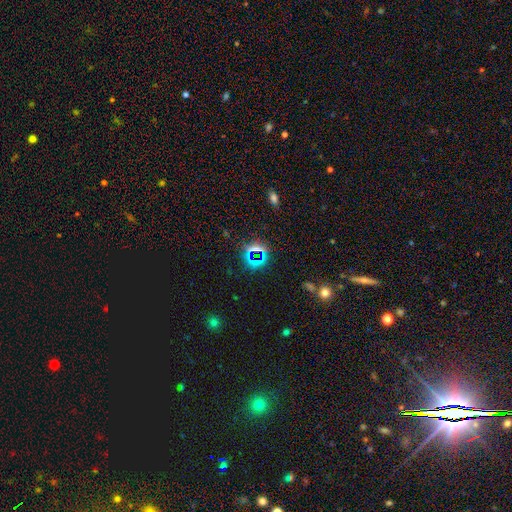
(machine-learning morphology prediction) Smooth or featured? star or artifact (69%)